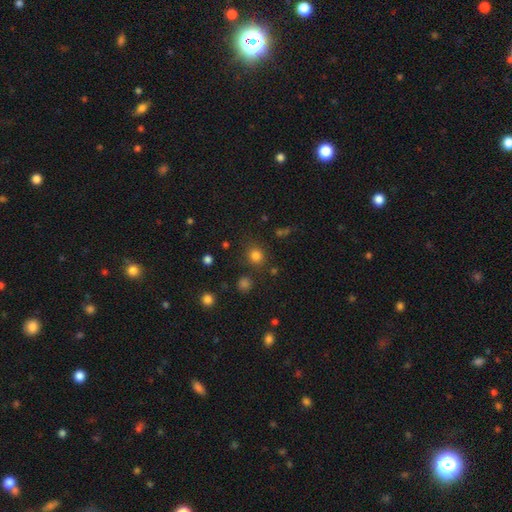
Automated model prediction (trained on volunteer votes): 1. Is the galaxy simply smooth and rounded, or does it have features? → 79% smooth, 16% star or artifact, 5% featured or disk.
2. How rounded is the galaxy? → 86% round, 13% in between, 1% cigar-shaped.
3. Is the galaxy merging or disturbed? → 81% none, 10% minor disturbance, 5% merger, 4% major disturbance.